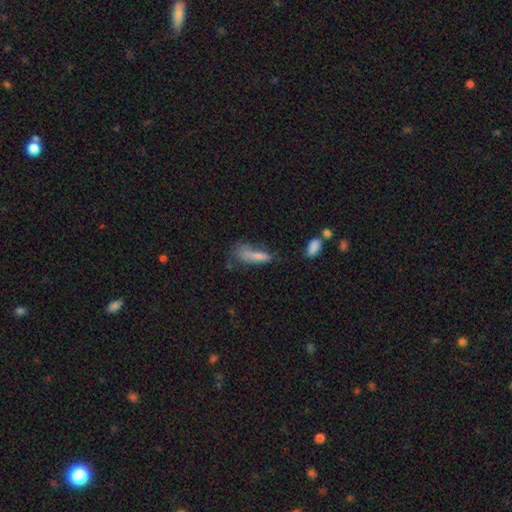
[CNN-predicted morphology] The model was most divided on "merging": none: 36%, minor disturbance: 29%, major disturbance: 27%, merger: 8%. More confident: smooth or featured — smooth (70%); how rounded — cigar-shaped (60%).